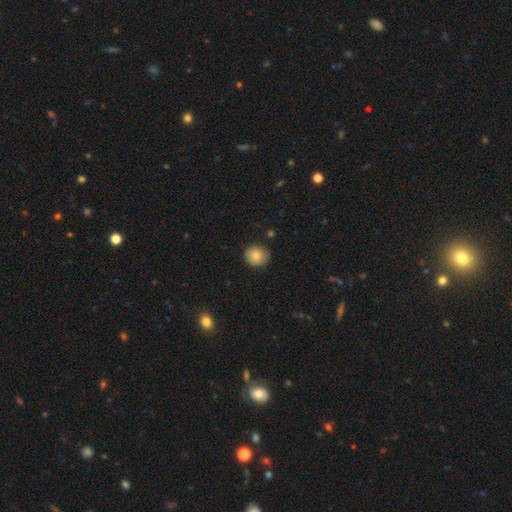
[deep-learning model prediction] Smooth or featured? smooth (83%)
How rounded? round (87%)
Merging? none (86%)